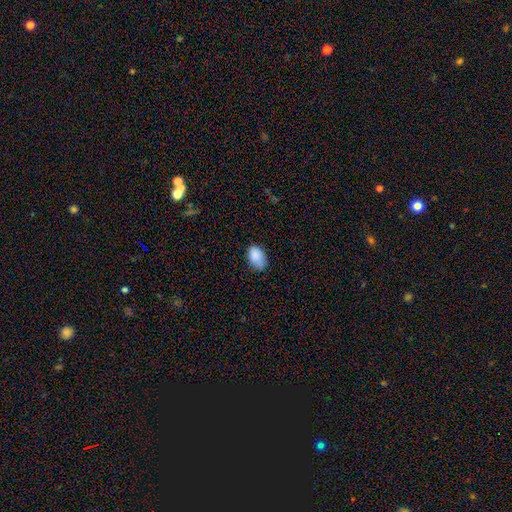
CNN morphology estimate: Smooth or featured?
  - smooth: 87% *
  - star or artifact: 8%
  - featured or disk: 5%
How rounded?
  - in between: 87% *
  - round: 12%
  - cigar-shaped: 1%
Merging?
  - none: 67% *
  - minor disturbance: 26%
  - major disturbance: 5%
  - merger: 1%